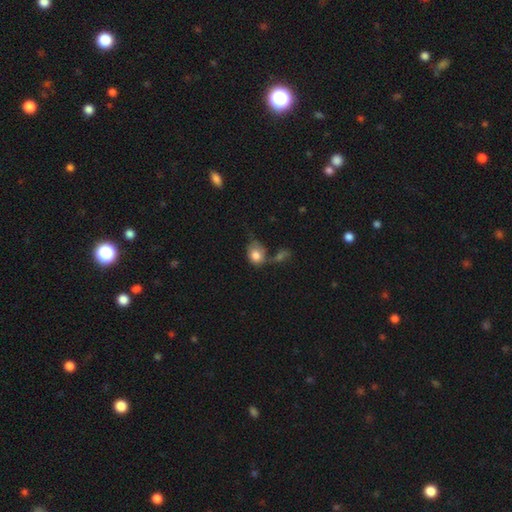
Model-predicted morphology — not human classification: This appears to be a smooth galaxy with no disk features (80%) that is in between round and cigar-shaped (53%). Merging: none (34%).